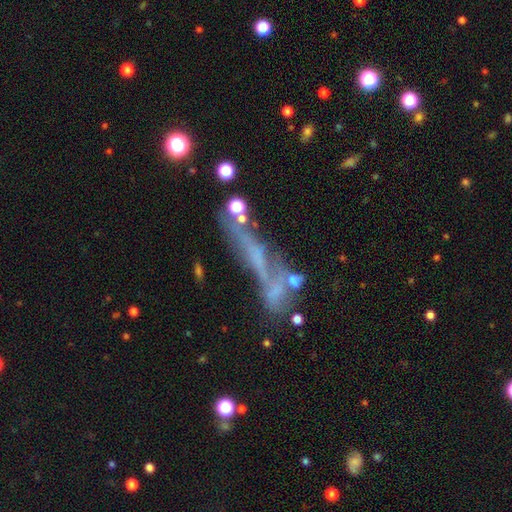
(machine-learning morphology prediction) This appears to be a featured or disk galaxy (49%). Merging: none (41%).